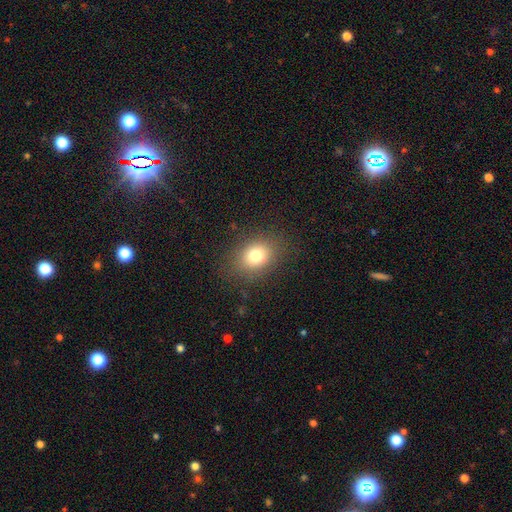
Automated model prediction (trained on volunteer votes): Morphology: type=smooth (77%); roundness=in between (54%); merging=none (84%).